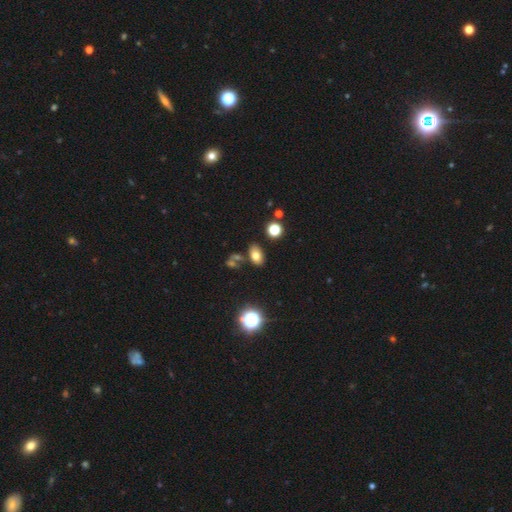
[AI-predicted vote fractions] Overall: smooth (74%). How rounded: in between (86%). Merging: none (76%).